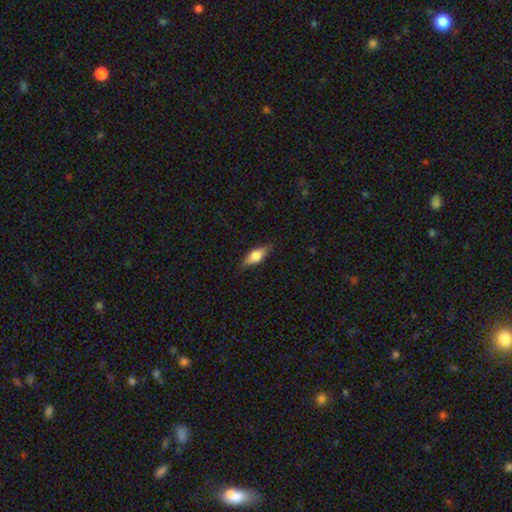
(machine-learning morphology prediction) Overall: smooth (61%; featured or disk 32%). How rounded: in between (71%). Merging: none (83%).